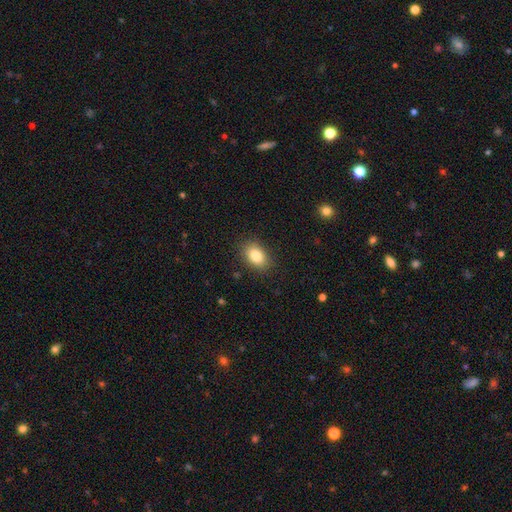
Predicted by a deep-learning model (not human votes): Smooth or featured? Predicted: smooth (p=0.84). How rounded? Predicted: in between (p=0.85). Merging? Predicted: none (p=0.87).